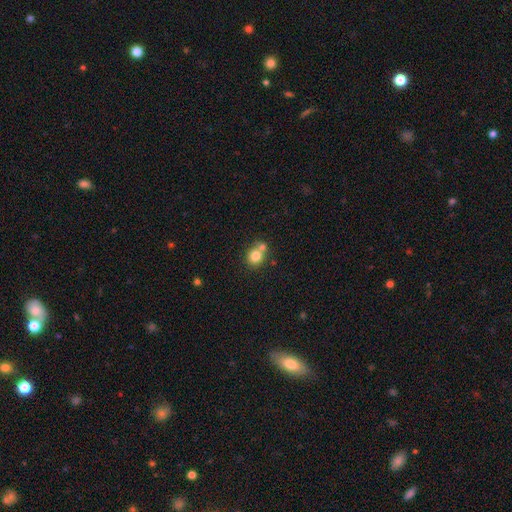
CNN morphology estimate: Smooth or featured?
  - smooth: 79% *
  - star or artifact: 10%
  - featured or disk: 10%
How rounded?
  - round: 81% *
  - in between: 18%
  - cigar-shaped: 1%
Merging?
  - none: 48% *
  - merger: 41%
  - minor disturbance: 8%
  - major disturbance: 3%